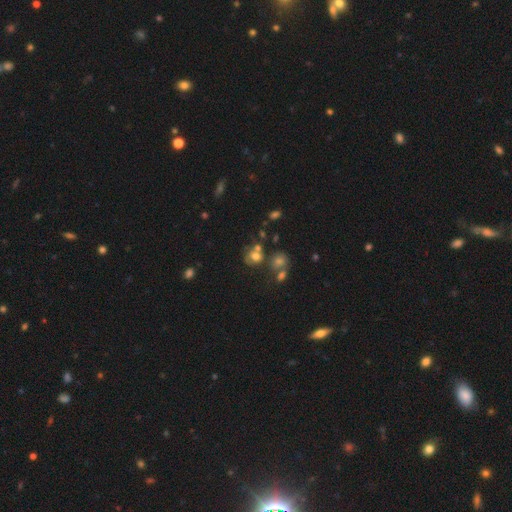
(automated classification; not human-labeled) Smooth or featured? smooth (63%)
How rounded? round (70%)
Merging? none (45%)